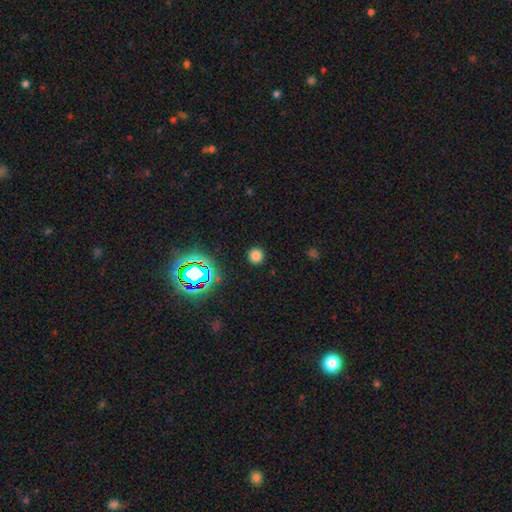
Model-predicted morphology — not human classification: smooth-or-featured: smooth: 74% | star or artifact: 21% | featured or disk: 5%
  how-rounded: round: 94% | in between: 5% | cigar-shaped: 1%
  merging: none: 90% | minor disturbance: 6% | major disturbance: 2% | merger: 1%